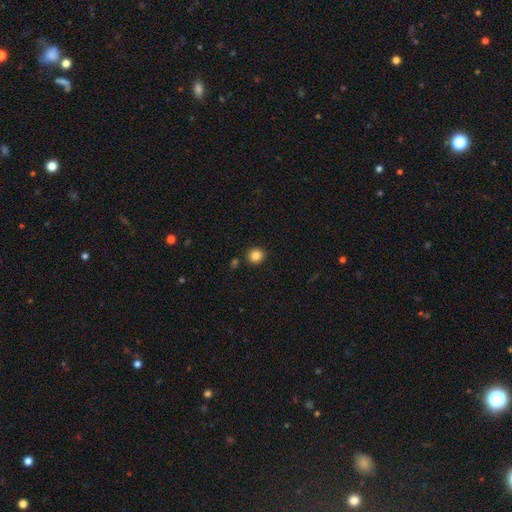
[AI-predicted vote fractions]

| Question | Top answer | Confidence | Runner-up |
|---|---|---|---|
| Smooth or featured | smooth | 85% | star or artifact (11%) |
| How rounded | round | 87% | in between (12%) |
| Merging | none | 88% | minor disturbance (7%) |